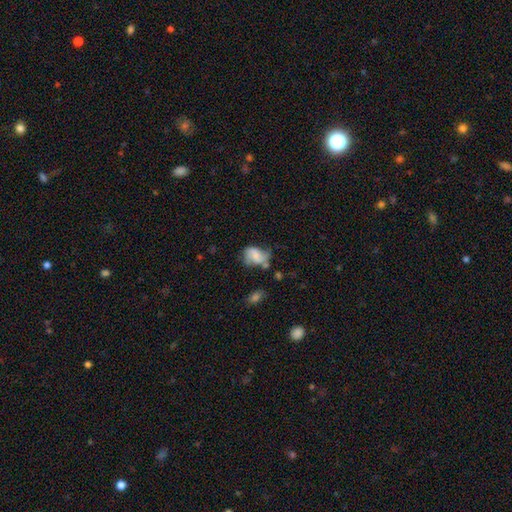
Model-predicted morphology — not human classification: Overall: smooth (61%; featured or disk 30%). How rounded: in between (74%). Merging: none (36%; minor disturbance 32%).